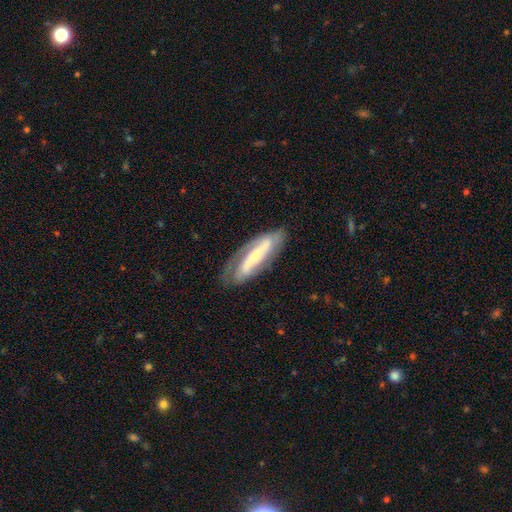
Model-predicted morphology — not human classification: Q: Smooth or featured?
A: featured or disk (72%); runner-up: smooth (22%)
Q: Edge-on disk?
A: no (78%); runner-up: yes (22%)
Q: Bar?
A: strong (52%); runner-up: no (25%)
Q: Spiral arms?
A: yes (85%); runner-up: no (15%)
Q: Bulge size?
A: small (56%); runner-up: moderate (35%)
Q: Merging?
A: none (71%); runner-up: minor disturbance (19%)